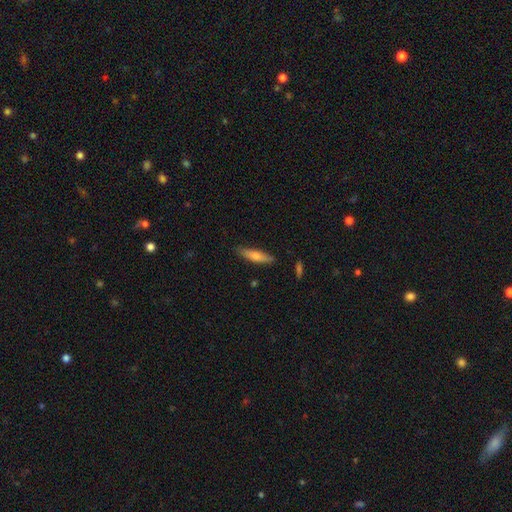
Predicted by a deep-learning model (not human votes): smooth_or_featured: smooth (p=0.65) [alt: featured or disk p=0.29]
how_rounded: cigar-shaped (p=0.77) [alt: in between p=0.21]
merging: none (p=0.84) [alt: minor disturbance p=0.12]